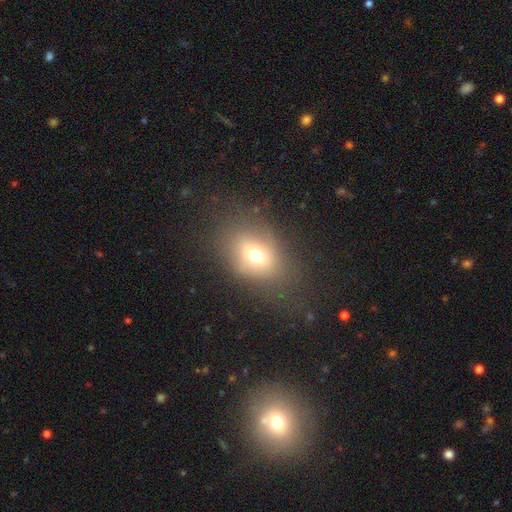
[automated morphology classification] Q: Smooth or featured?
A: smooth (67%); runner-up: featured or disk (17%)
Q: How rounded?
A: in between (60%); runner-up: round (39%)
Q: Merging?
A: none (69%); runner-up: minor disturbance (17%)